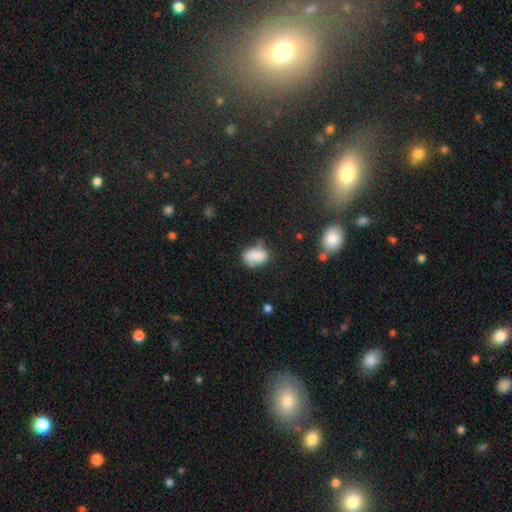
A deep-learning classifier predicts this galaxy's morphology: This is clearly a smooth galaxy (82%). How rounded: clearly in between (81%). Merging: possibly none (49%).